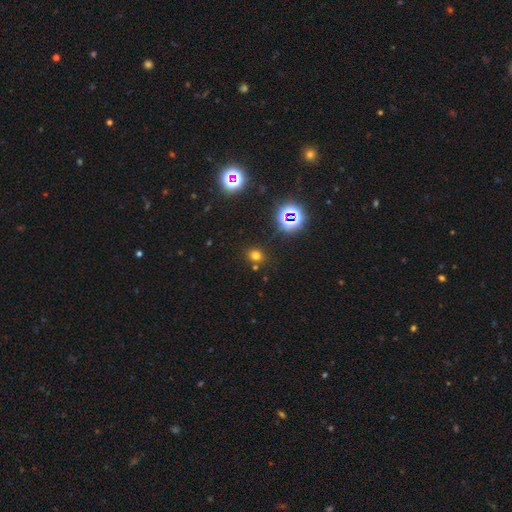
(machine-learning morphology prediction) type=smooth (66%); roundness=round (67%); merging=none (79%).